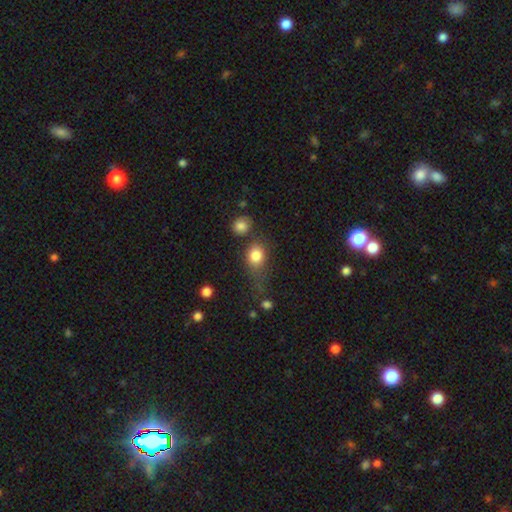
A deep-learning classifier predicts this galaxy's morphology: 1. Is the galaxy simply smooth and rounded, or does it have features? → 82% smooth, 10% star or artifact, 8% featured or disk.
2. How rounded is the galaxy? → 56% round, 42% in between, 2% cigar-shaped.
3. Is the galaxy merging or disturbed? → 47% none, 24% minor disturbance, 15% major disturbance, 14% merger.